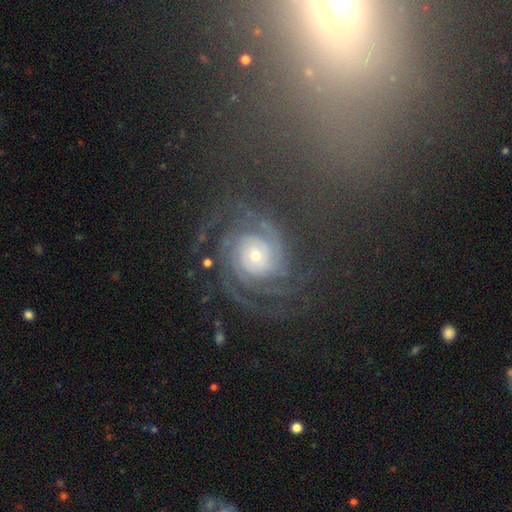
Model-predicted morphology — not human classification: Smooth or featured? featured or disk (86%)
Edge-on disk? no (98%)
Bar? no (77%)
Spiral arms? yes (98%)
Spiral winding? tight (70%)
Spiral arm count? can't tell (21%)
Bulge size? small (52%)
Merging? none (71%)